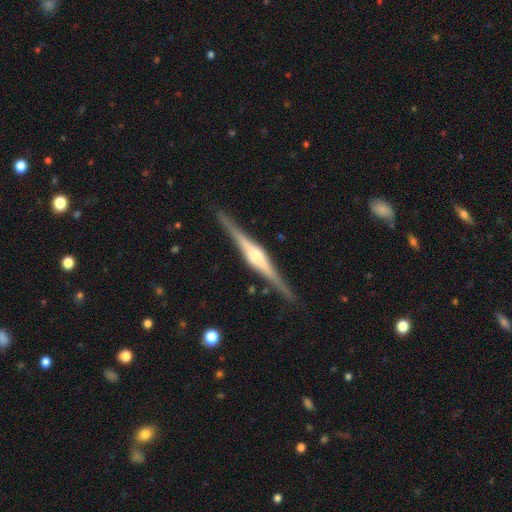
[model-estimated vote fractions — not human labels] Morphology: type=featured or disk (86%); edge-on=yes (98%); edge-on bulge=rounded (74%); merging=none (90%).